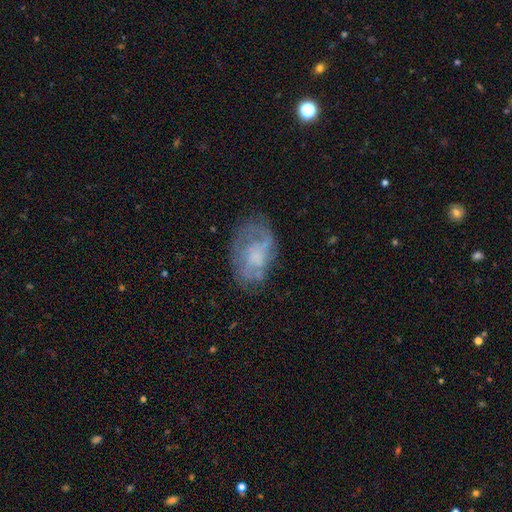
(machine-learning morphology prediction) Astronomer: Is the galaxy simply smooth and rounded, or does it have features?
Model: featured or disk — 59%.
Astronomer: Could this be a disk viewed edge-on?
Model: no — 96%.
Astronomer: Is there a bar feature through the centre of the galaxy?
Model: no — 78%.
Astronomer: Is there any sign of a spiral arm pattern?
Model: yes — 58% (runner-up: no, 42%).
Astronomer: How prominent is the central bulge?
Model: none — 42% (runner-up: moderate, 25%).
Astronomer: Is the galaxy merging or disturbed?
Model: none — 57%.